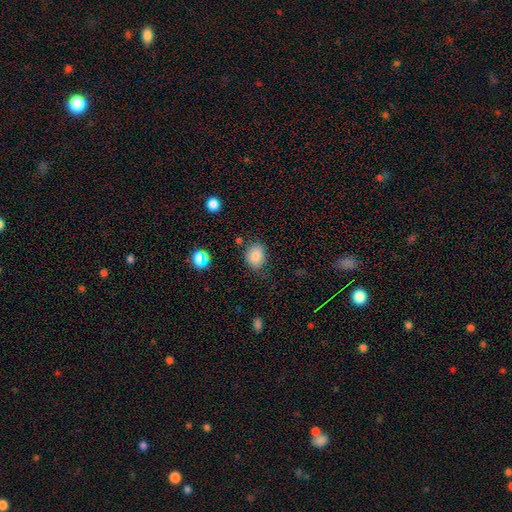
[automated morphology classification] Q: Smooth or featured?
A: smooth (79%); runner-up: star or artifact (12%)
Q: How rounded?
A: in between (55%); runner-up: round (44%)
Q: Merging?
A: none (76%); runner-up: minor disturbance (17%)